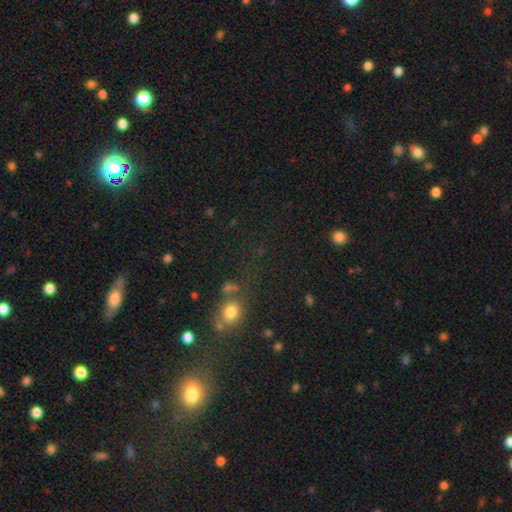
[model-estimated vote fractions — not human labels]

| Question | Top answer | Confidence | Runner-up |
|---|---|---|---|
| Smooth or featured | star or artifact | 46% | smooth (42%) |